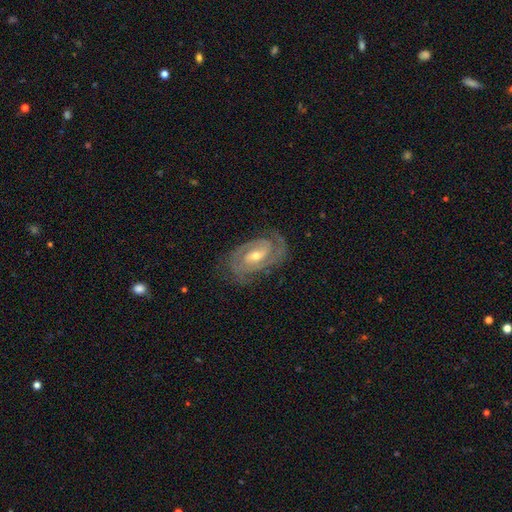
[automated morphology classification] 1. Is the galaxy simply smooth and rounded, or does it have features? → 91% featured or disk, 5% star or artifact, 5% smooth.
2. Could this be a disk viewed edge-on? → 96% no, 4% yes.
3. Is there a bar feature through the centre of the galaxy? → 45% weak, 30% no, 25% strong.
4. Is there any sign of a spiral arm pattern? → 98% yes, 2% no.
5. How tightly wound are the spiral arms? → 63% tight, 32% medium, 5% loose.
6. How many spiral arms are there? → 74% 2, 11% 3, 7% can't tell, 3% 1, 2% 4, 2% more than 4.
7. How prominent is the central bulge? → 53% moderate, 43% small, 2% large, 1% none, 1% dominant.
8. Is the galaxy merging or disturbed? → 79% none, 15% minor disturbance, 5% major disturbance, 1% merger.